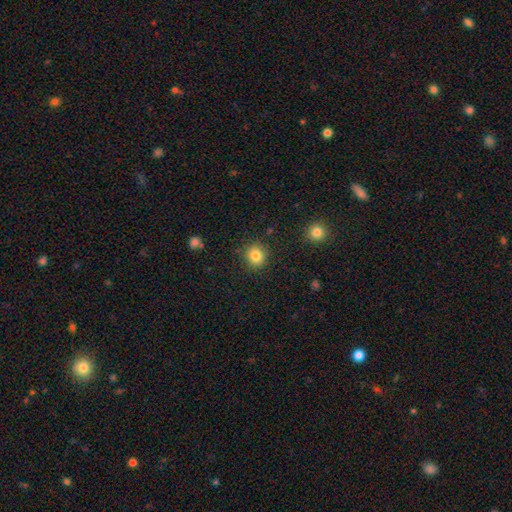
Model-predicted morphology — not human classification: smooth-or-featured: smooth: 84% | star or artifact: 10% | featured or disk: 6%
  how-rounded: round: 86% | in between: 13% | cigar-shaped: 1%
  merging: none: 88% | minor disturbance: 8% | major disturbance: 3% | merger: 2%